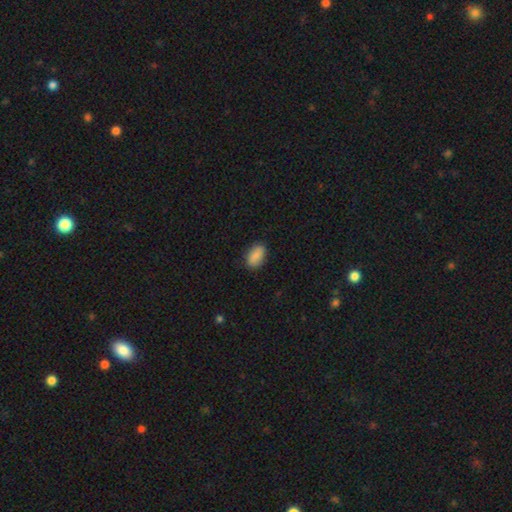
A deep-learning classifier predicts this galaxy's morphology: Smooth or featured? Predicted: smooth (p=0.88). How rounded? Predicted: in between (p=0.91). Merging? Predicted: none (p=0.85).